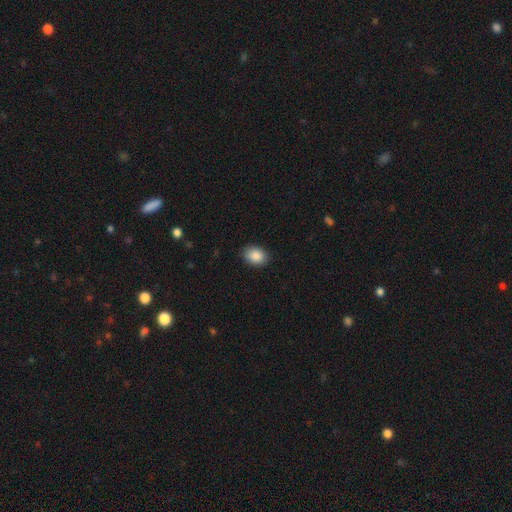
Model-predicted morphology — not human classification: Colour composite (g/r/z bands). It shows a smooth galaxy with no disk features (89%) that is in between round and cigar-shaped (70%). Merging: none (88%).